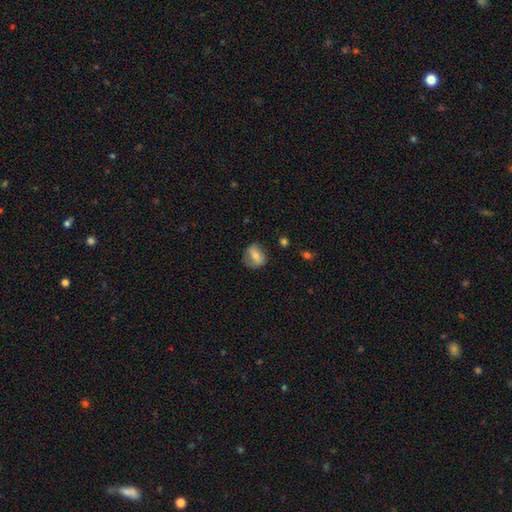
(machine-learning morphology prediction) smooth-or-featured: smooth: 61% | featured or disk: 31% | star or artifact: 8%
  how-rounded: round: 52% | in between: 46% | cigar-shaped: 2%
  merging: none: 64% | minor disturbance: 24% | major disturbance: 10% | merger: 2%